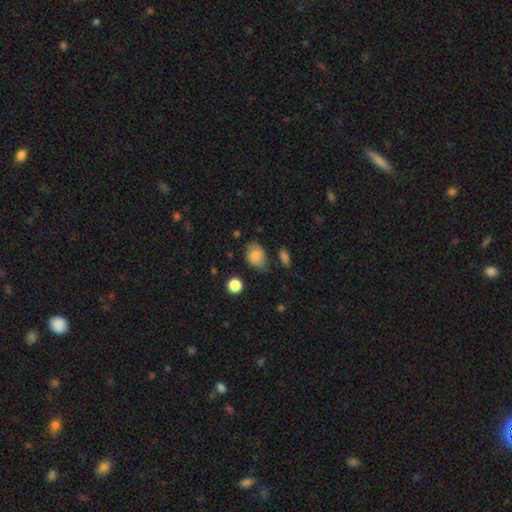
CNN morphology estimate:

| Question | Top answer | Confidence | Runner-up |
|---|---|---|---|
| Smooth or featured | smooth | 83% | featured or disk (9%) |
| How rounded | in between | 75% | round (24%) |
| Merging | none | 65% | minor disturbance (25%) |